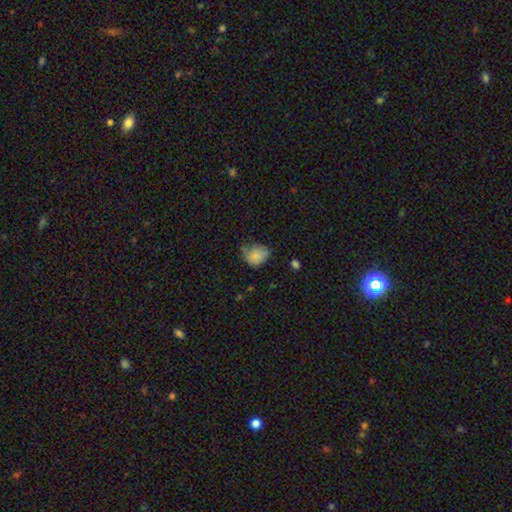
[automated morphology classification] A smooth galaxy with no disk features (79%) that is round (53%).

Vote fractions:
- Smooth or featured? smooth: 79% / featured or disk: 12% / star or artifact: 8%
- How rounded? round: 53% / in between: 46% / cigar-shaped: 1%
- Merging? minor disturbance: 41% / none: 38% / major disturbance: 18% / merger: 3%